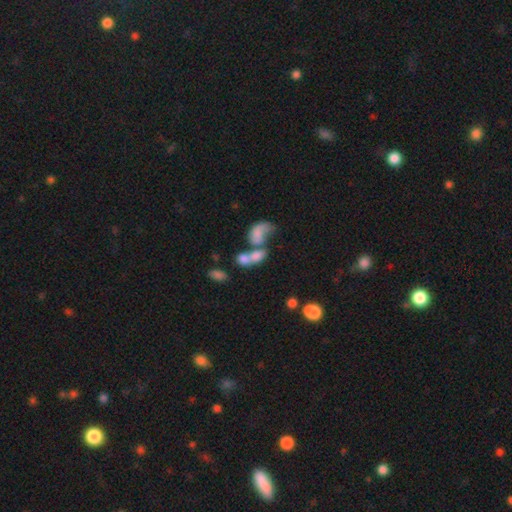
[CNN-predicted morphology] Smooth or featured?
  - smooth: 61% *
  - featured or disk: 28%
  - star or artifact: 12%
How rounded?
  - in between: 81% *
  - round: 15%
  - cigar-shaped: 4%
Merging?
  - merger: 71% *
  - none: 12%
  - major disturbance: 10%
  - minor disturbance: 7%